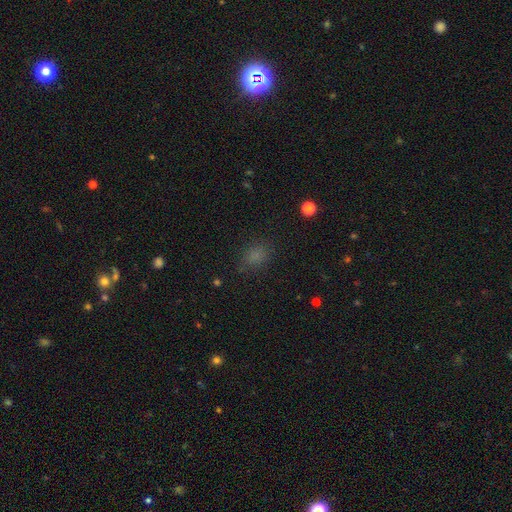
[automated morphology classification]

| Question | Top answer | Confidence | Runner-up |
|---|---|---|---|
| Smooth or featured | smooth | 76% | star or artifact (19%) |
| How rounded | in between | 62% | round (36%) |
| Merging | none | 80% | minor disturbance (13%) |